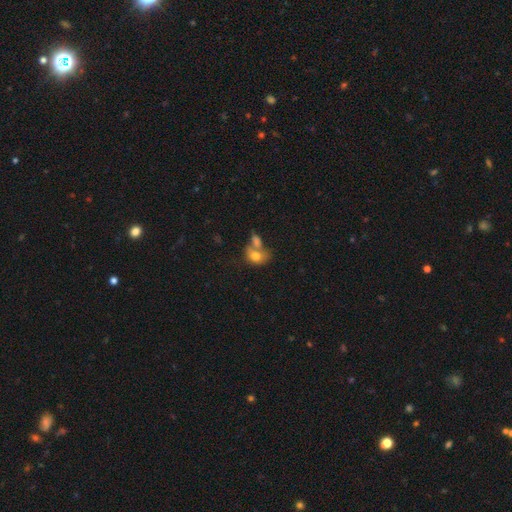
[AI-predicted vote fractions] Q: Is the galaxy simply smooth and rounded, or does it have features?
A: smooth — 75%.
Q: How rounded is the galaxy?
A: in between — 67%.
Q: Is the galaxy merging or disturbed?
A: merger — 53%.